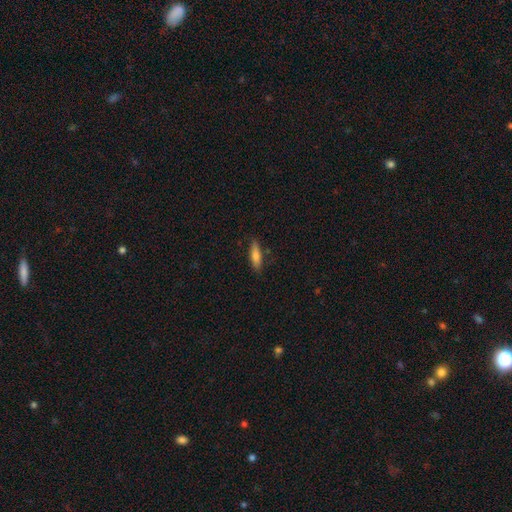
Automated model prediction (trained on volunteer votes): A smooth galaxy with no disk features (73%) that is cigar-shaped (65%). Merging: none (83%).